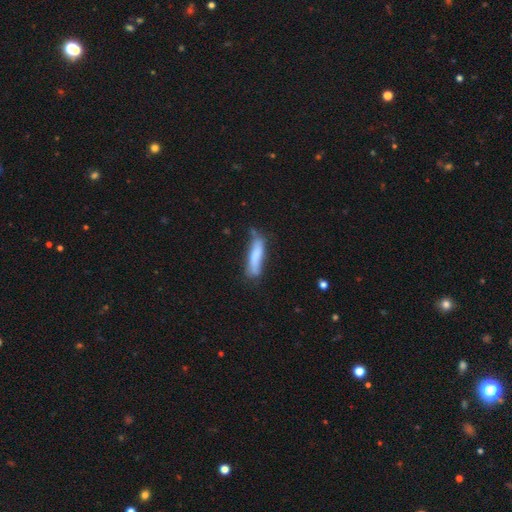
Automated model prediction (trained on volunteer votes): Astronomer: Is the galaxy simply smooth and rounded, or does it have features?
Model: smooth — 77%.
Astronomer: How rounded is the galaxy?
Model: cigar-shaped — 77%.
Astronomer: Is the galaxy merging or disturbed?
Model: none — 60%.